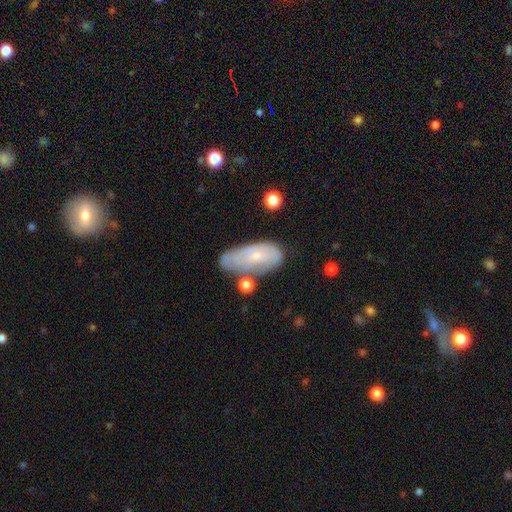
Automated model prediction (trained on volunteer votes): Smooth or featured? smooth (55%)
How rounded? in between (87%)
Merging? none (47%)